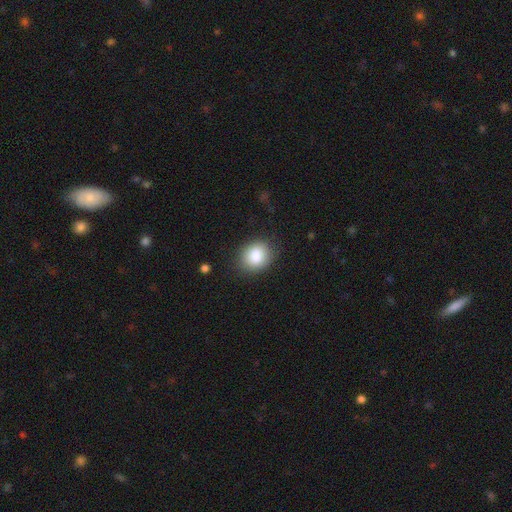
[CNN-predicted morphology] Smooth or featured?
  - smooth: 86% *
  - star or artifact: 8%
  - featured or disk: 6%
How rounded?
  - round: 56% *
  - in between: 43%
  - cigar-shaped: 1%
Merging?
  - none: 83% *
  - minor disturbance: 12%
  - major disturbance: 3%
  - merger: 1%